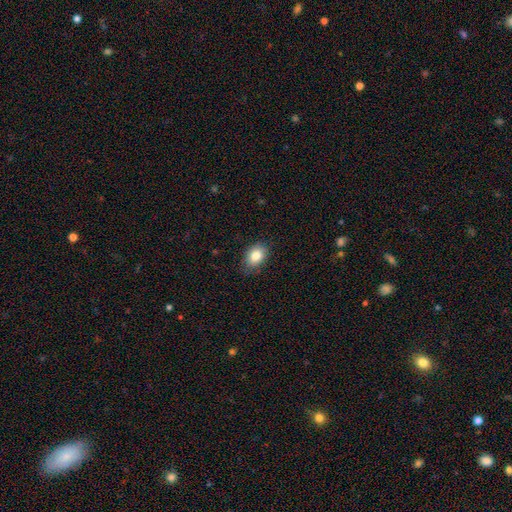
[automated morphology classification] Smooth or featured? Predicted: smooth (p=0.83). How rounded? Predicted: in between (p=0.78). Merging? Predicted: none (p=0.82).